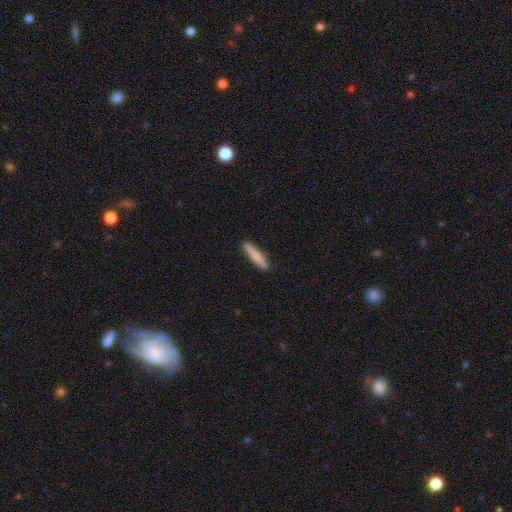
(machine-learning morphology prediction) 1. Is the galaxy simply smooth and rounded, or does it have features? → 77% smooth, 17% featured or disk, 5% star or artifact.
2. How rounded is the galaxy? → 91% cigar-shaped, 8% in between, 1% round.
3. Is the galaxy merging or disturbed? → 90% none, 7% minor disturbance, 1% major disturbance, 1% merger.